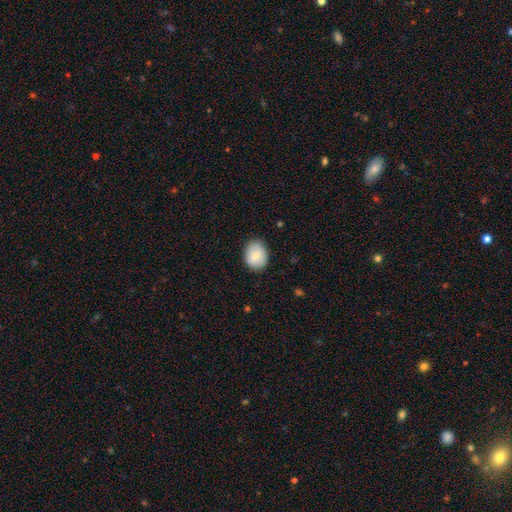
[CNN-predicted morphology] This appears to be a smooth galaxy with no disk features (79%) that is in between round and cigar-shaped (53%). Merging: none (84%).